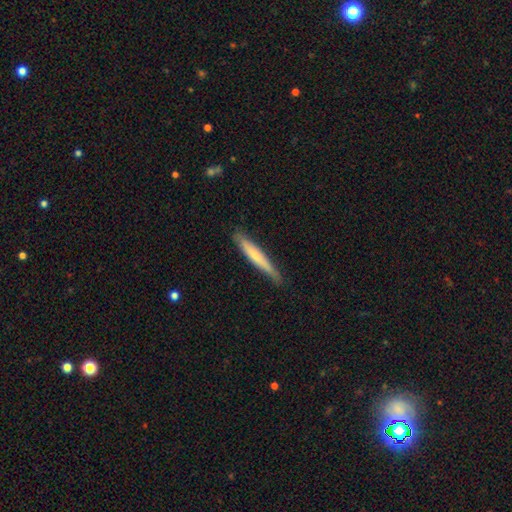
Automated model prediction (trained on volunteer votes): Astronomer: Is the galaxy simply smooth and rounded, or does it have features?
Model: smooth — 59% (runner-up: featured or disk, 35%).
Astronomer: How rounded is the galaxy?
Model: cigar-shaped — 95%.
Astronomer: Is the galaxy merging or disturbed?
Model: none — 81%.